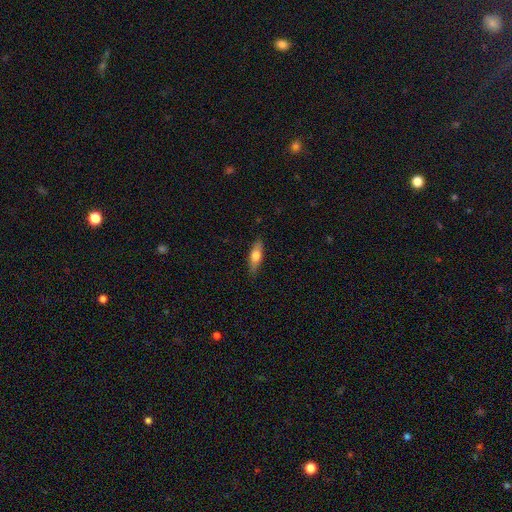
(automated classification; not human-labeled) This is likely a smooth galaxy (61%). How rounded: possibly in between (51%). Merging: clearly none (86%).